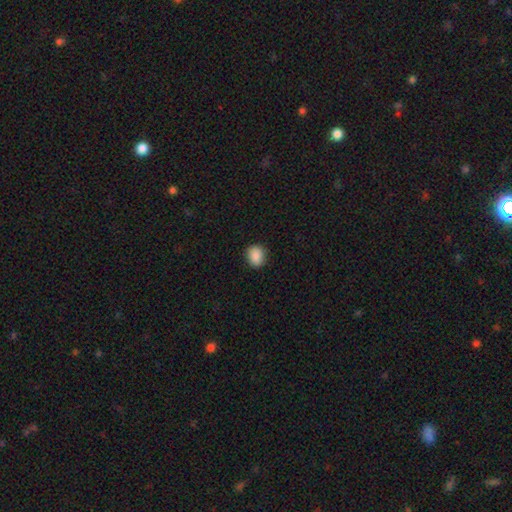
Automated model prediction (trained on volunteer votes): Q: Smooth or featured?
A: smooth (88%); runner-up: star or artifact (8%)
Q: How rounded?
A: round (69%); runner-up: in between (30%)
Q: Merging?
A: none (89%); runner-up: minor disturbance (8%)